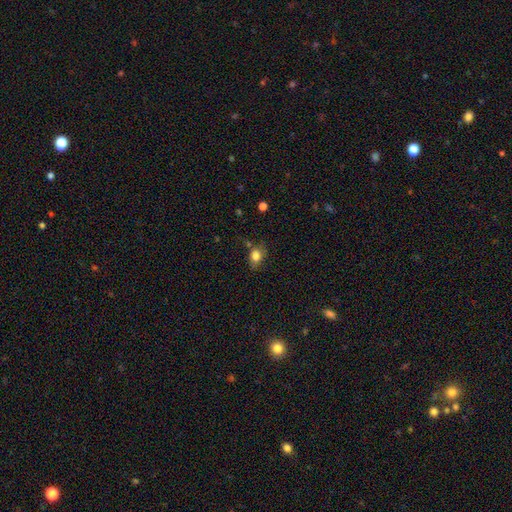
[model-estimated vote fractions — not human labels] This is clearly a smooth galaxy (81%). How rounded: likely in between (65%). Merging: likely none (65%).